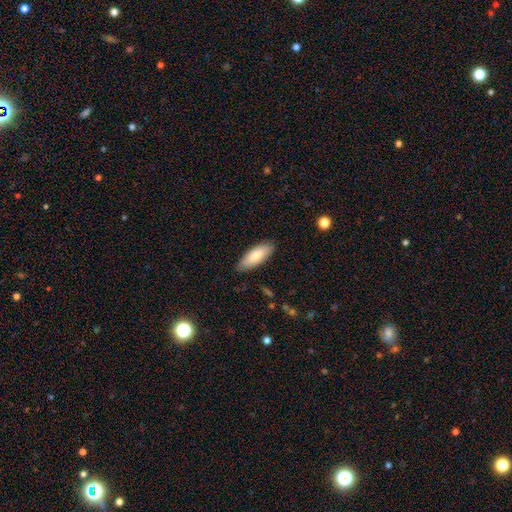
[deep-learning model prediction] Overall: smooth (78%). How rounded: in between (72%). Merging: none (86%).